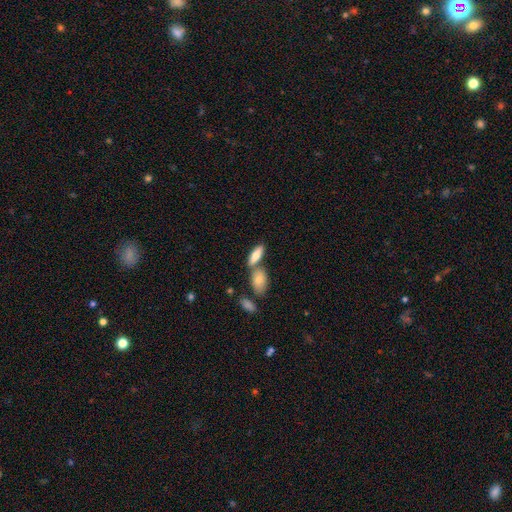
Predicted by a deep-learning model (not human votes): Overall: smooth (76%). How rounded: in between (72%). Merging: none (51%; merger 36%).